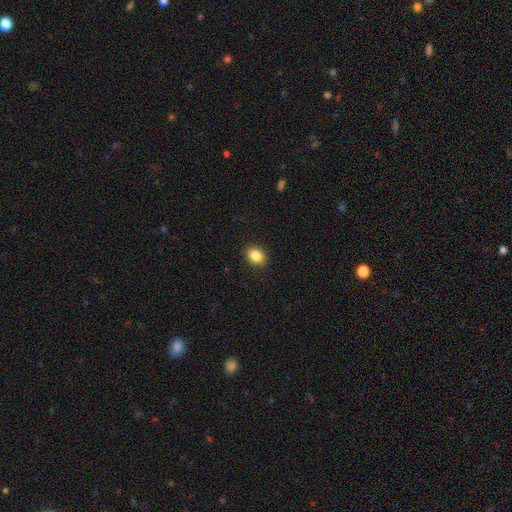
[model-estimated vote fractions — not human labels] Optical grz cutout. It shows a smooth galaxy with no disk features (86%) that is round (52%). Merging: none (89%).